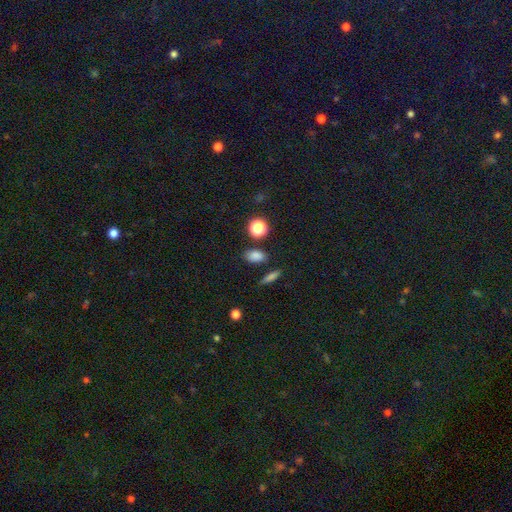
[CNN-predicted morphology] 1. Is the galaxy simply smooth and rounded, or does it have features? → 82% smooth, 13% star or artifact, 5% featured or disk.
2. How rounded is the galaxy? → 74% in between, 21% round, 5% cigar-shaped.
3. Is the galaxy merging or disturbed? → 81% none, 10% minor disturbance, 6% merger, 3% major disturbance.